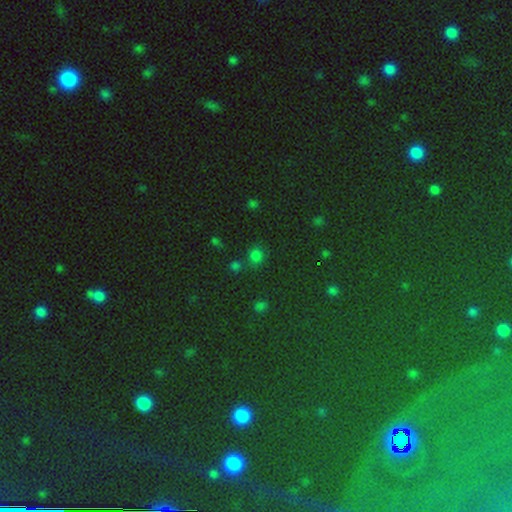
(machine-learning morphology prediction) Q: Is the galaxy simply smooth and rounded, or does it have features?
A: smooth — 65%.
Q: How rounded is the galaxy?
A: round — 82%.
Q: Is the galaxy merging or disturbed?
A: none — 70%.